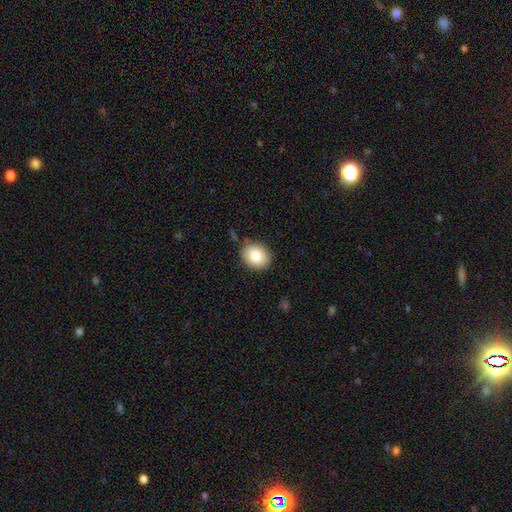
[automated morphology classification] This is clearly a smooth galaxy (83%). How rounded: possibly round (58%). Merging: clearly none (85%).